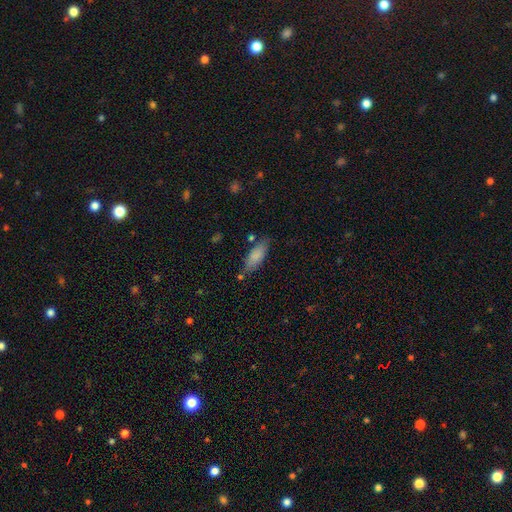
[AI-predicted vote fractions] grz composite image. It shows a smooth galaxy with no disk features (84%) that is in between round and cigar-shaped (72%). Merging: none (70%).